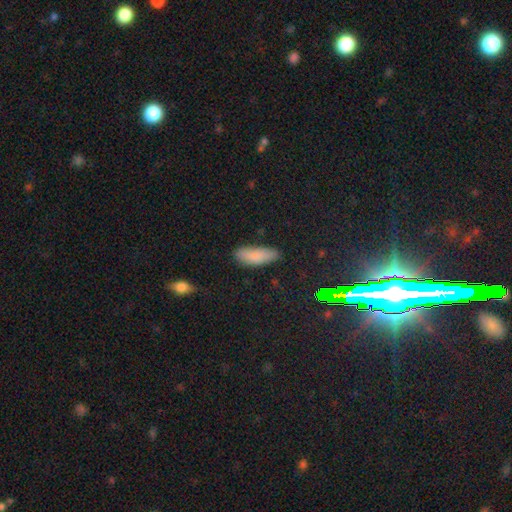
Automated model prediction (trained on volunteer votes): smooth-or-featured: smooth: 84% | star or artifact: 9% | featured or disk: 7%
  how-rounded: in between: 70% | cigar-shaped: 28% | round: 2%
  merging: none: 76% | minor disturbance: 19% | major disturbance: 4% | merger: 2%